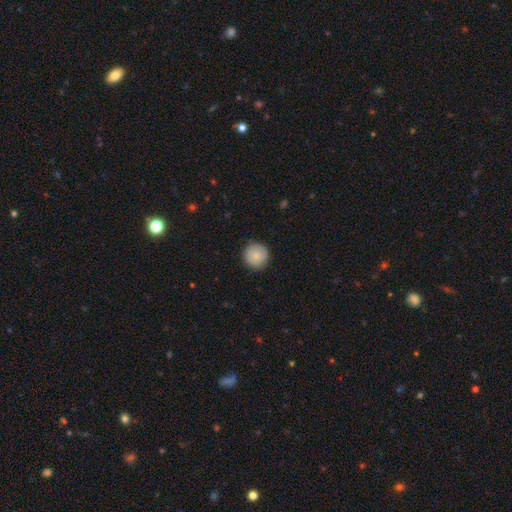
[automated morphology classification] Smooth or featured? Predicted: smooth (p=0.83). How rounded? Predicted: round (p=0.95). Merging? Predicted: none (p=0.89).